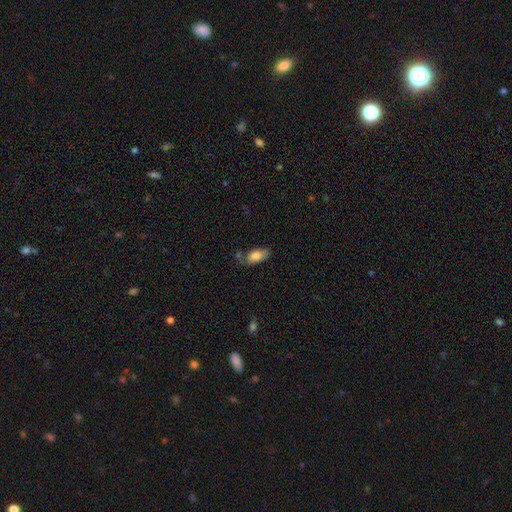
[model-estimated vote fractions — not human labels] A smooth galaxy with no disk features (80%) that is in between round and cigar-shaped (89%).

Vote fractions:
- Smooth or featured? smooth: 80% / featured or disk: 12% / star or artifact: 7%
- How rounded? in between: 89% / cigar-shaped: 8% / round: 3%
- Merging? none: 60% / minor disturbance: 24% / merger: 10% / major disturbance: 6%